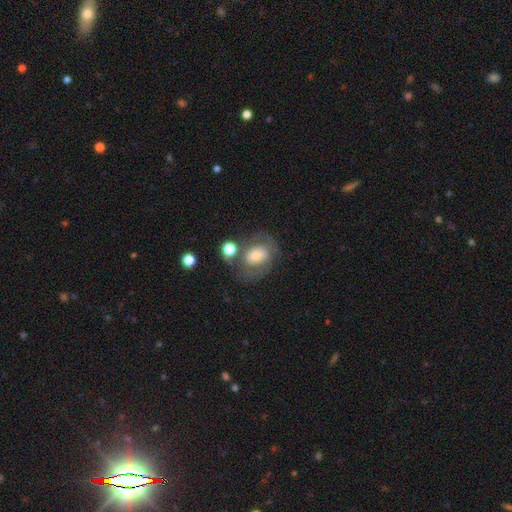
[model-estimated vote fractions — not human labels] Overall: featured or disk (49%; smooth 41%). Merging: none (54%; minor disturbance 18%).